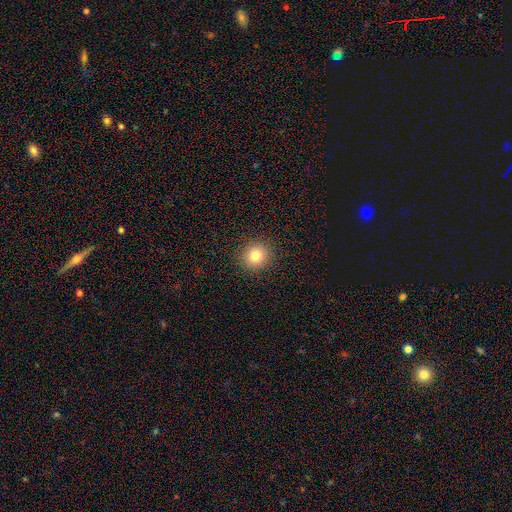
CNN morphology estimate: type=smooth (81%); roundness=round (90%); merging=none (91%).